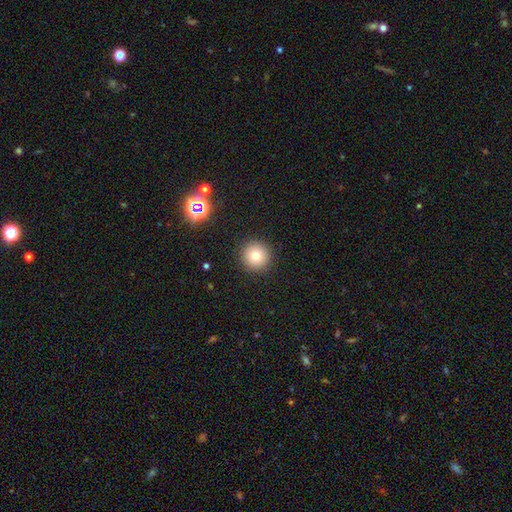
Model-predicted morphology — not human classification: Smooth or featured? Predicted: smooth (p=0.76). How rounded? Predicted: round (p=0.96). Merging? Predicted: none (p=0.92).